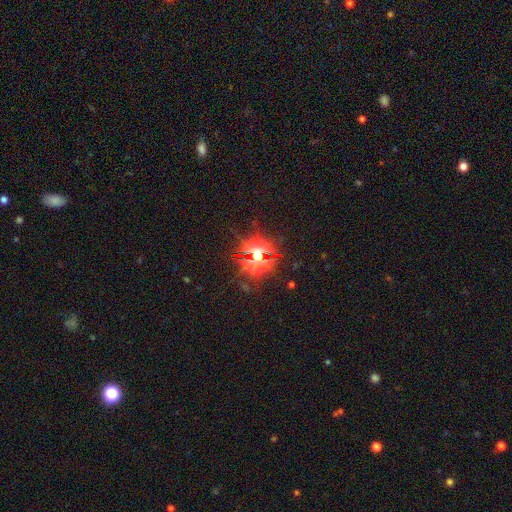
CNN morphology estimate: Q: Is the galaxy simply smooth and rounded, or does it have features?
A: star or artifact — 68%.